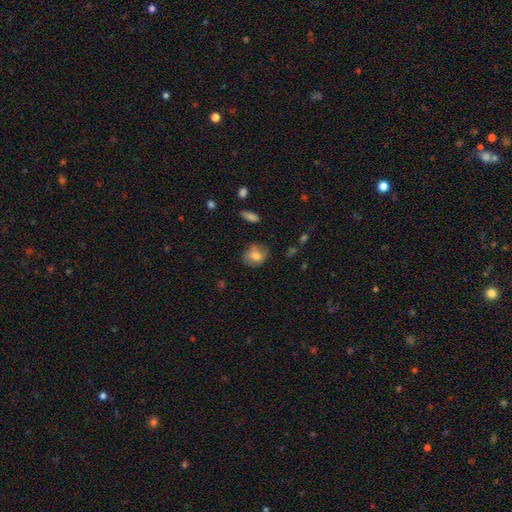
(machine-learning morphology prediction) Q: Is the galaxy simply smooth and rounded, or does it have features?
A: smooth — 73%.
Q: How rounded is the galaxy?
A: round — 58%.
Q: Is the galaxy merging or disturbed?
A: none — 71%.